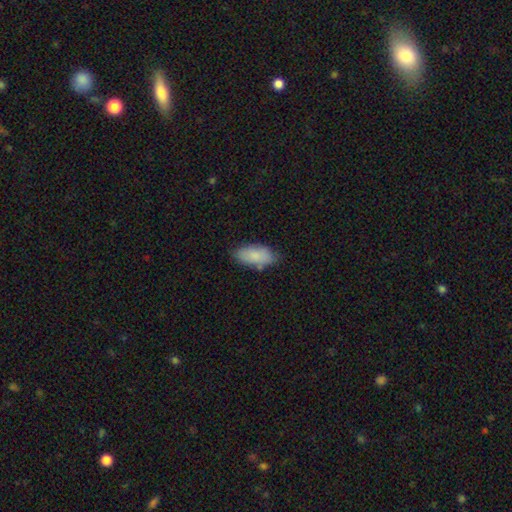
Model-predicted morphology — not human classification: The model was most divided on "merging": none: 76%, minor disturbance: 18%, major disturbance: 3%, merger: 3%. More confident: how rounded — in between (91%); smooth or featured — smooth (86%).